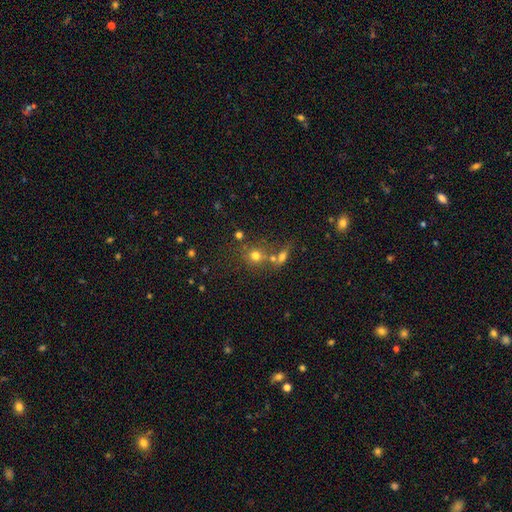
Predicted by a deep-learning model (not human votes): Q: Smooth or featured?
A: smooth (70%); runner-up: star or artifact (17%)
Q: How rounded?
A: round (81%); runner-up: in between (18%)
Q: Merging?
A: none (54%); runner-up: merger (29%)